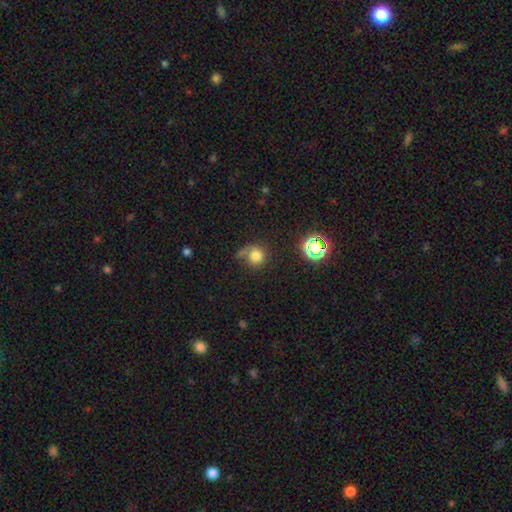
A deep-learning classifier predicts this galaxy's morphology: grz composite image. It shows a smooth galaxy with no disk features (73%) that is round (87%). Merging: none (49%).